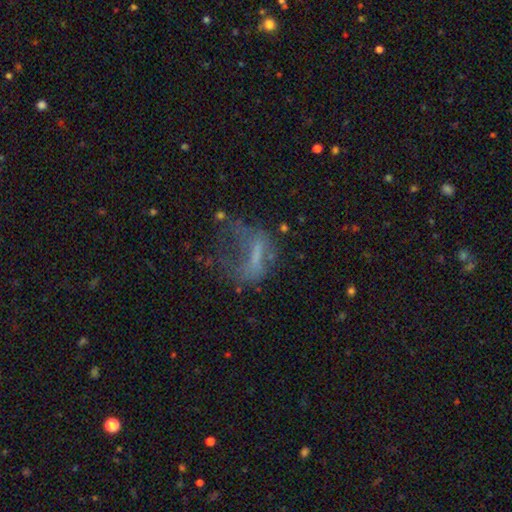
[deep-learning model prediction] Smooth or featured?
  - featured or disk: 43% *
  - smooth: 36%
  - star or artifact: 21%
Merging?
  - major disturbance: 50% *
  - none: 28%
  - minor disturbance: 17%
  - merger: 5%